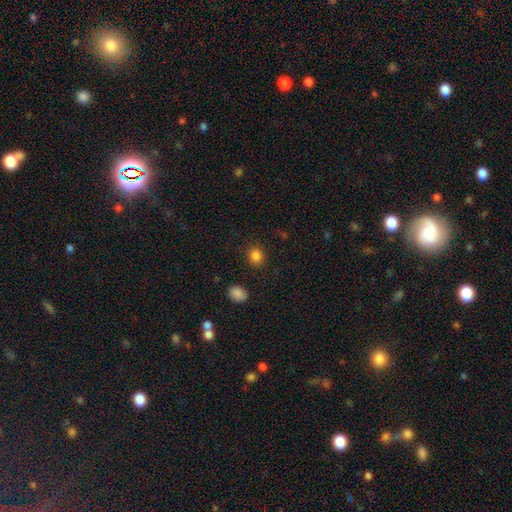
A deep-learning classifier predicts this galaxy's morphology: smooth-or-featured: smooth: 84% | star or artifact: 12% | featured or disk: 4%
  how-rounded: round: 72% | in between: 27% | cigar-shaped: 1%
  merging: none: 88% | minor disturbance: 8% | major disturbance: 3% | merger: 2%